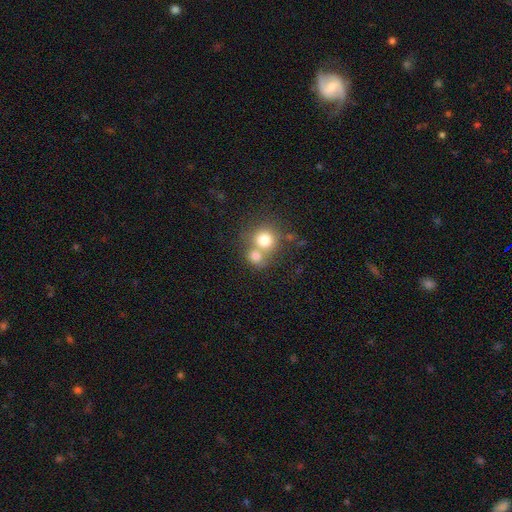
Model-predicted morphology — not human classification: Q: Smooth or featured?
A: smooth (76%); runner-up: featured or disk (13%)
Q: How rounded?
A: round (79%); runner-up: in between (20%)
Q: Merging?
A: merger (56%); runner-up: none (35%)